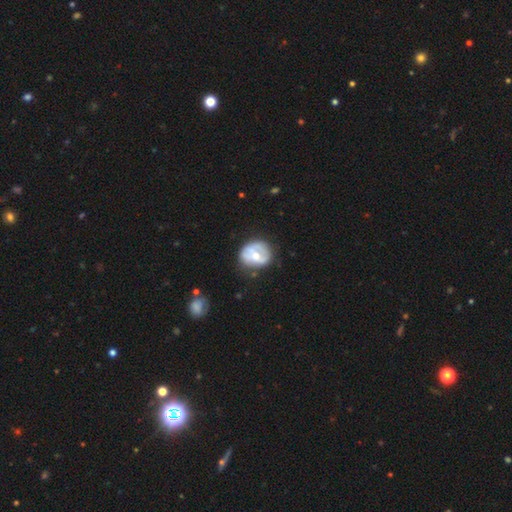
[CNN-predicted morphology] featured or disk 55%, smooth 39%, star or artifact 6%. Down the decision tree: edge-on disk — no (96%); bar — no (56%); spiral arms — no (66%); bulge size — moderate (66%); merging — none (58%).